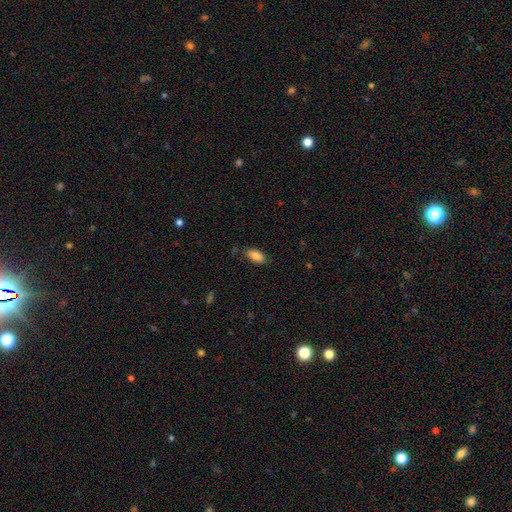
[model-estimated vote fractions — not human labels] Smooth or featured: smooth — 83% (featured or disk — 9%)
How rounded: in between — 91% (cigar-shaped — 6%)
Merging: none — 80% (minor disturbance — 15%)